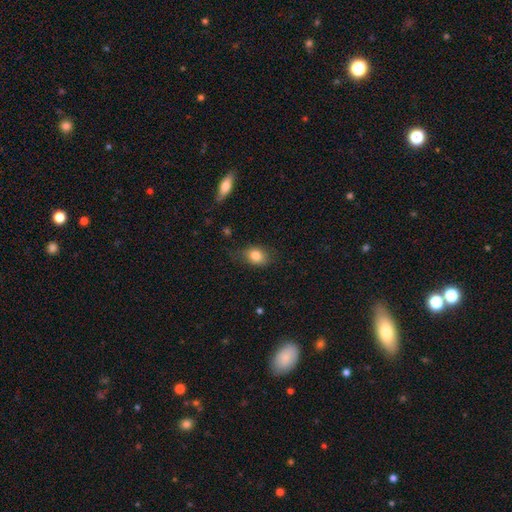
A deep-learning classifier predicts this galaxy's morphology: This appears to be a smooth galaxy with no disk features (81%) that is in between round and cigar-shaped (65%). Merging: none (72%).